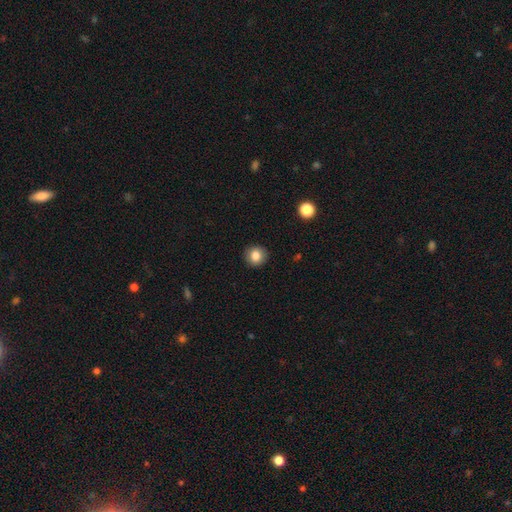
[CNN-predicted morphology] Smooth or featured?
  - smooth: 83% *
  - star or artifact: 10%
  - featured or disk: 7%
How rounded?
  - round: 90% *
  - in between: 9%
  - cigar-shaped: 1%
Merging?
  - none: 91% *
  - minor disturbance: 6%
  - major disturbance: 2%
  - merger: 1%